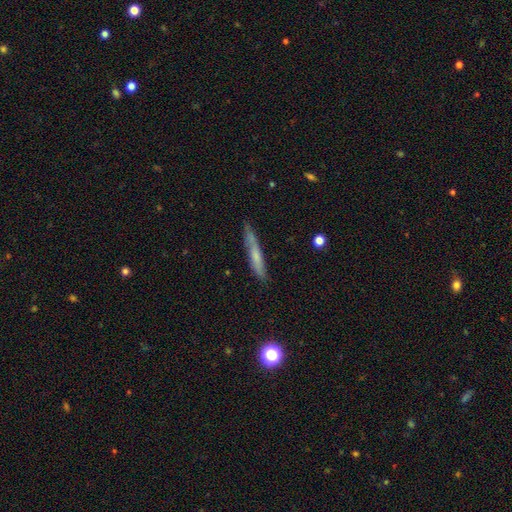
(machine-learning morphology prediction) Smooth or featured: smooth — 56% (featured or disk — 36%)
How rounded: cigar-shaped — 93% (in between — 5%)
Merging: none — 75% (minor disturbance — 19%)